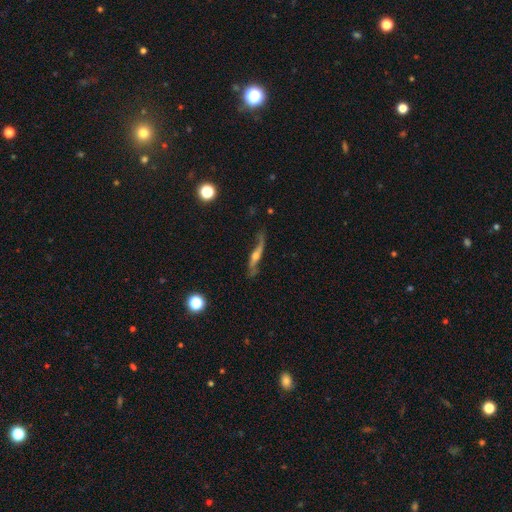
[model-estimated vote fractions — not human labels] A featured or disk galaxy (79%) viewed edge-on (53%). Merging: none (63%).